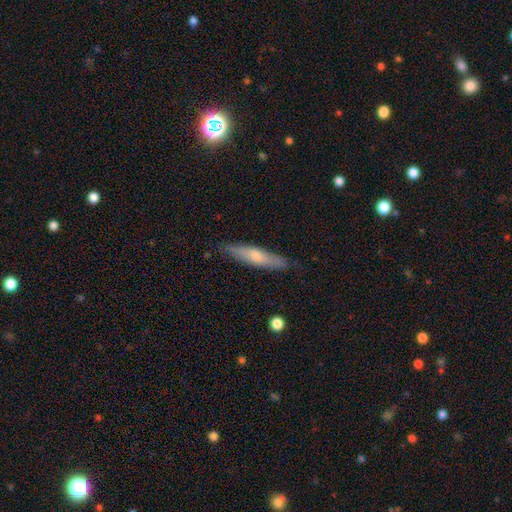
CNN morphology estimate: Smooth or featured?
  - smooth: 57% *
  - featured or disk: 37%
  - star or artifact: 6%
How rounded?
  - cigar-shaped: 82% *
  - in between: 17%
  - round: 2%
Merging?
  - none: 84% *
  - minor disturbance: 13%
  - major disturbance: 2%
  - merger: 1%